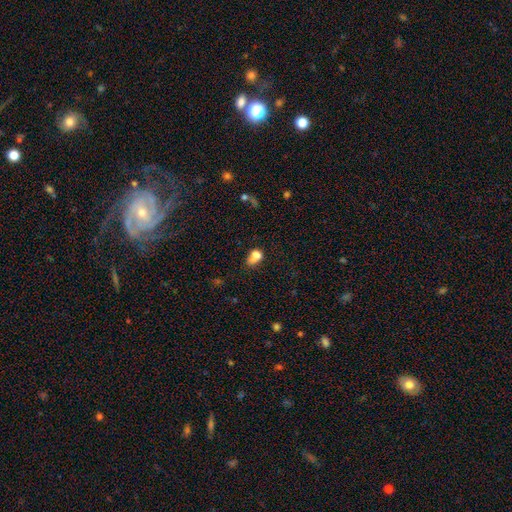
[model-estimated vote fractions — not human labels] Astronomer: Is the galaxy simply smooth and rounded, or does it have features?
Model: smooth — 75%.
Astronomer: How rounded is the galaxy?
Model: in between — 73%.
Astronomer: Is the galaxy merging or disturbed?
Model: none — 29% (runner-up: merger, 28%).